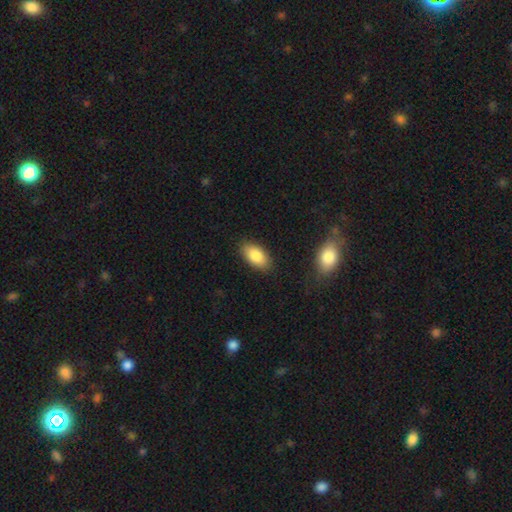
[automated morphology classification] Smooth or featured: smooth — 86% (featured or disk — 7%)
How rounded: in between — 93% (cigar-shaped — 4%)
Merging: none — 86% (minor disturbance — 10%)